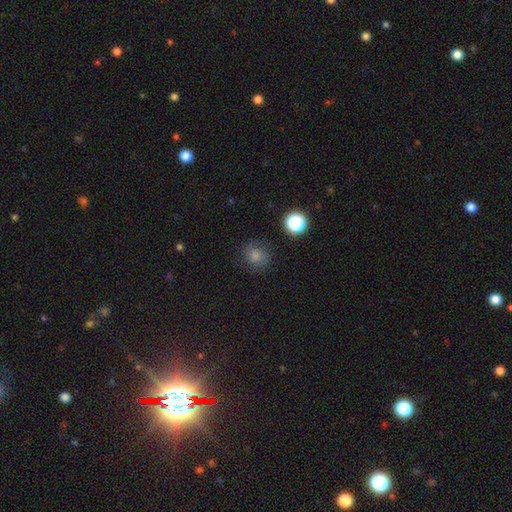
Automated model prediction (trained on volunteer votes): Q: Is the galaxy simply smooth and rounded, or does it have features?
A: smooth — 73%.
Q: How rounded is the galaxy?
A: round — 84%.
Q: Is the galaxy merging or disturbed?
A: none — 75%.